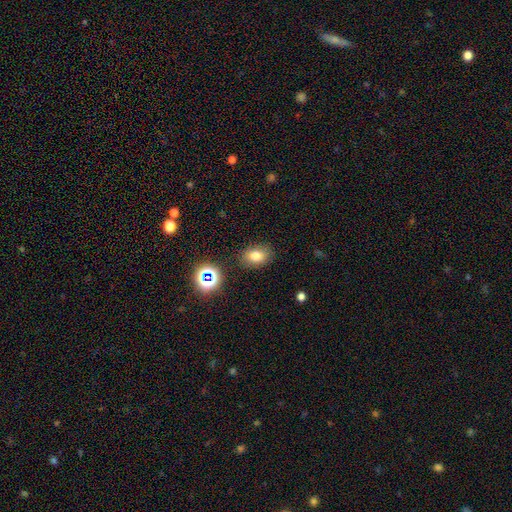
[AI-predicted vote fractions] smooth-or-featured: smooth: 76% | star or artifact: 15% | featured or disk: 9%
  how-rounded: in between: 69% | round: 30% | cigar-shaped: 1%
  merging: none: 84% | minor disturbance: 10% | major disturbance: 3% | merger: 2%